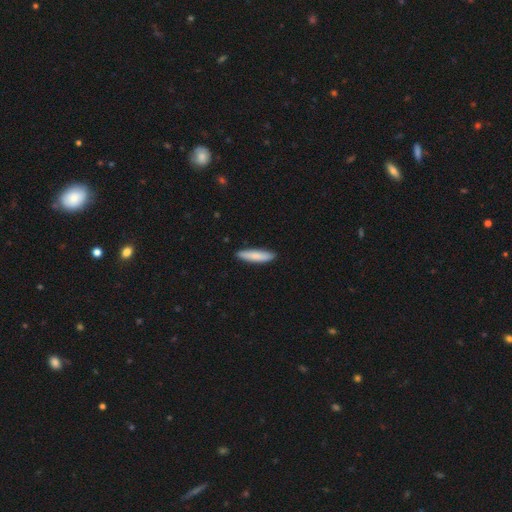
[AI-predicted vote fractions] The model was most divided on "how rounded": cigar-shaped: 81%, in between: 17%, round: 1%. More confident: merging — none (90%); smooth or featured — smooth (82%).